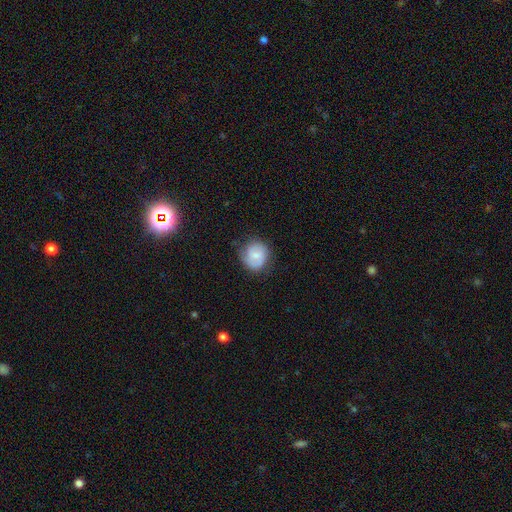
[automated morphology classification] smooth 57%, featured or disk 36%, star or artifact 7%. Down the decision tree: how rounded — round (79%); merging — none (70%).